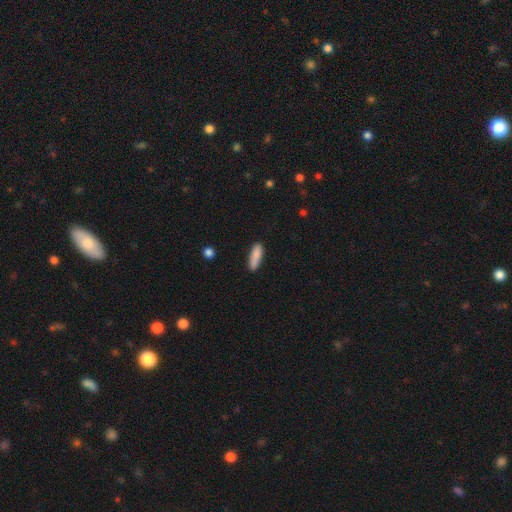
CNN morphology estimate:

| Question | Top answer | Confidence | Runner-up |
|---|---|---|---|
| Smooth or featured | smooth | 86% | featured or disk (8%) |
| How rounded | cigar-shaped | 55% | in between (43%) |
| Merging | none | 81% | minor disturbance (14%) |